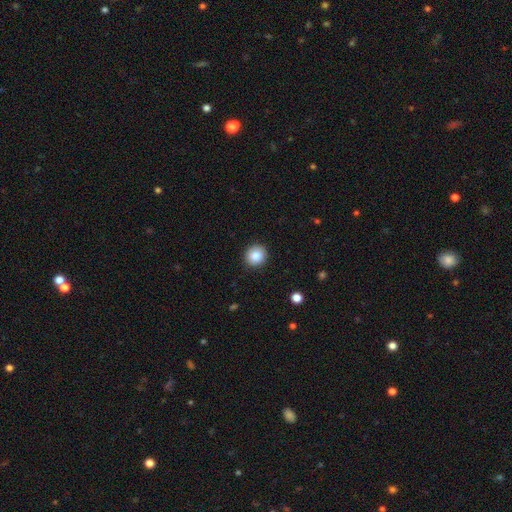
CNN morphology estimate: Q: Smooth or featured?
A: smooth (86%); runner-up: star or artifact (9%)
Q: How rounded?
A: round (86%); runner-up: in between (13%)
Q: Merging?
A: none (90%); runner-up: minor disturbance (7%)